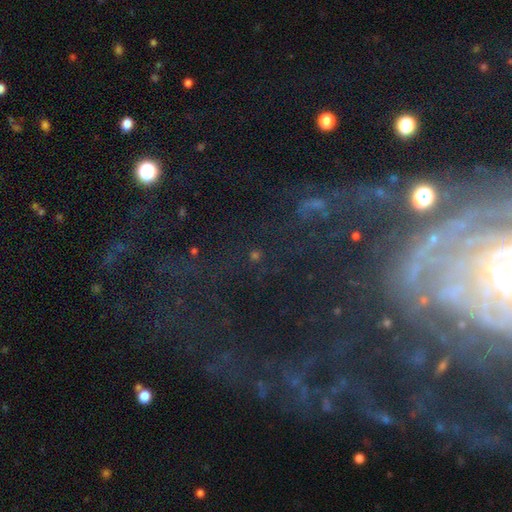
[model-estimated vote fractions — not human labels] Morphology: type=star or artifact (52%).